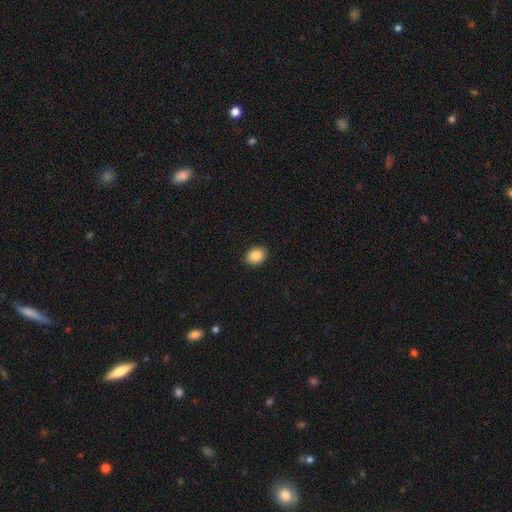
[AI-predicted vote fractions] Smooth or featured? smooth (86%)
How rounded? in between (59%)
Merging? none (91%)